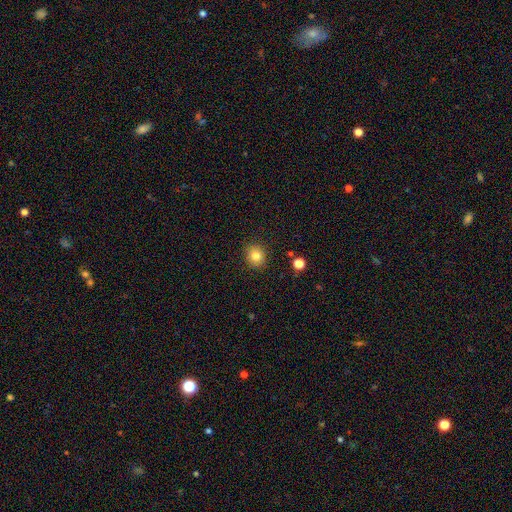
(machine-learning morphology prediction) smooth 82%, star or artifact 11%, featured or disk 7%. Down the decision tree: how rounded — round (78%); merging — none (89%).